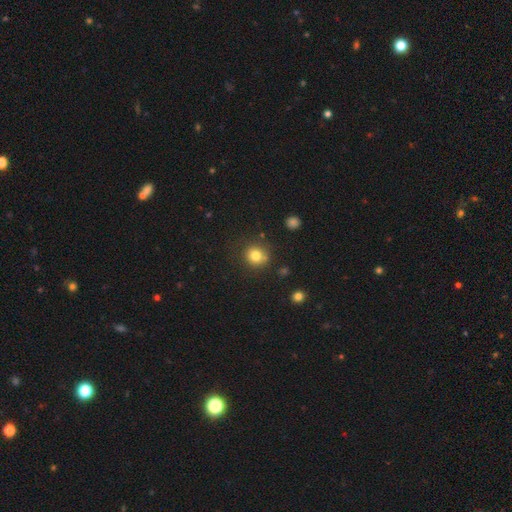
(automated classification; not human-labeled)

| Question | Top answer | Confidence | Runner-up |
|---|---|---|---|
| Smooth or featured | smooth | 81% | star or artifact (12%) |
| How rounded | round | 88% | in between (11%) |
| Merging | none | 79% | minor disturbance (12%) |